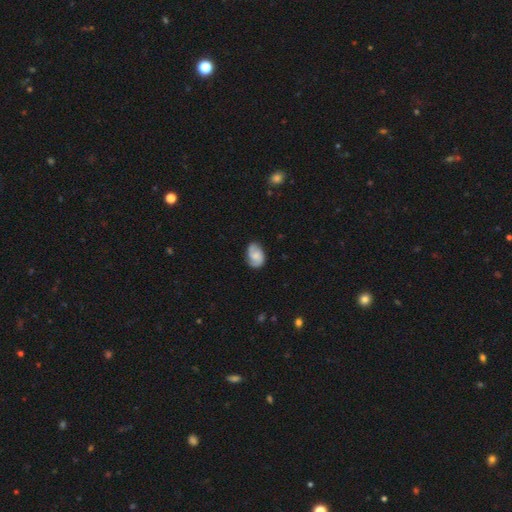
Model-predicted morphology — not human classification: The model was most divided on "bulge size": small: 37%, moderate: 28%, none: 27%, large: 6%, dominant: 2%. More confident: edge-on disk — no (97%); spiral arms — yes (93%); merging — none (73%); bar — no (63%); smooth or featured — featured or disk (55%).